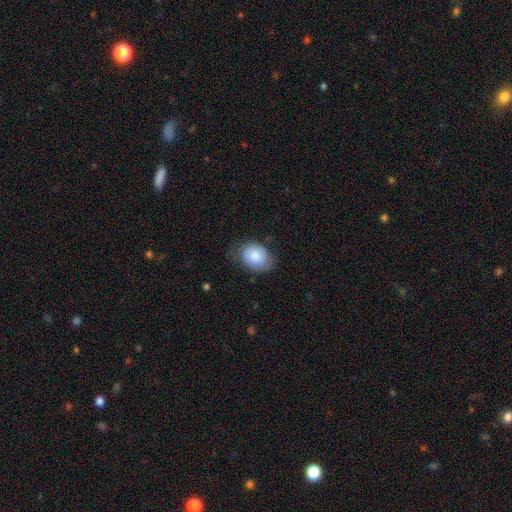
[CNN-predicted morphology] Smooth or featured: smooth — 74% (featured or disk — 19%)
How rounded: in between — 55% (round — 44%)
Merging: none — 66% (minor disturbance — 25%)